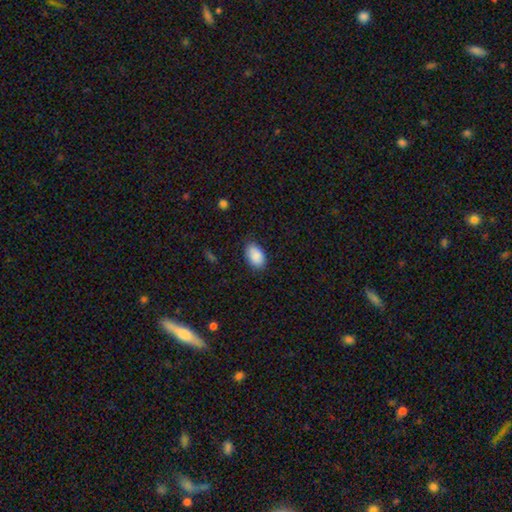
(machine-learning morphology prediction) A smooth galaxy with no disk features (90%) that is in between round and cigar-shaped (92%). Merging: none (82%).